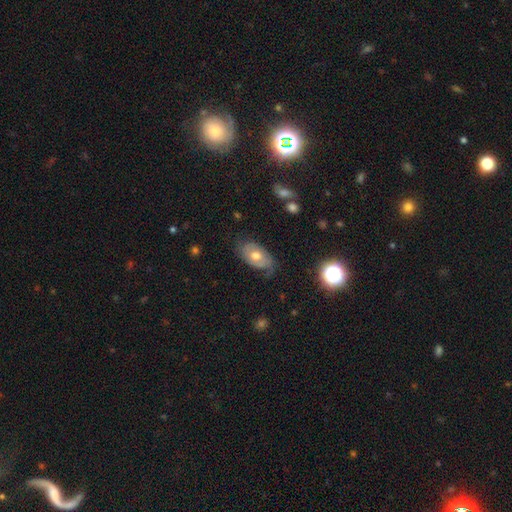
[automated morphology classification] Smooth or featured?
  - smooth: 49% *
  - featured or disk: 42%
  - star or artifact: 9%
Merging?
  - none: 63% *
  - minor disturbance: 26%
  - major disturbance: 9%
  - merger: 2%